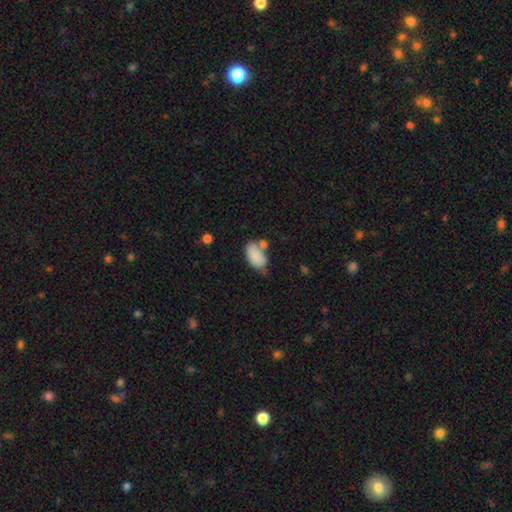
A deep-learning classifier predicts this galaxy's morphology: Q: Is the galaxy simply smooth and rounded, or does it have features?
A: smooth — 82%.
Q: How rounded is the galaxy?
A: in between — 92%.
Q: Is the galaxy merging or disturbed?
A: none — 41%.